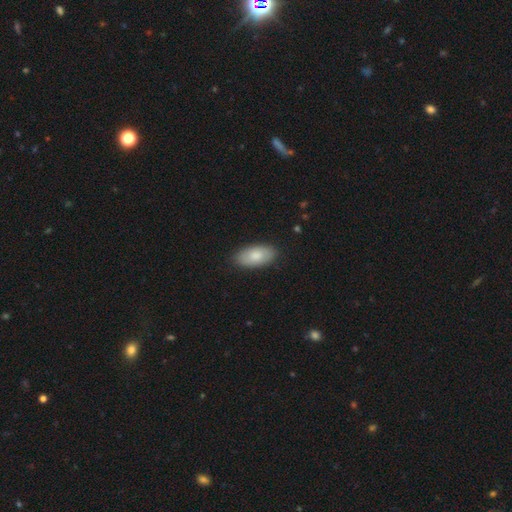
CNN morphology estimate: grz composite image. It shows a smooth galaxy with no disk features (83%) that is in between round and cigar-shaped (93%). Merging: none (86%).